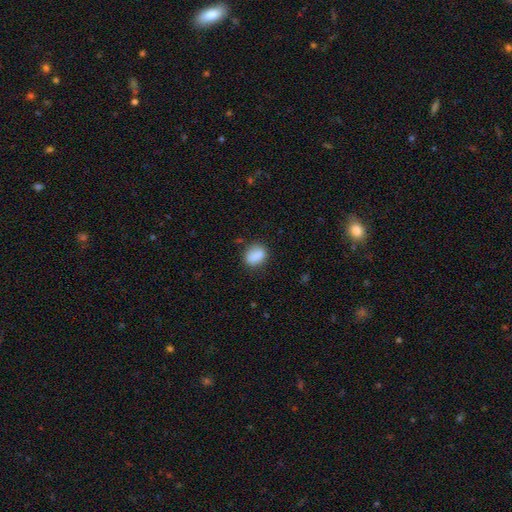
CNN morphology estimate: smooth 87%, star or artifact 9%, featured or disk 5%. Down the decision tree: how rounded — in between (64%); merging — none (76%).